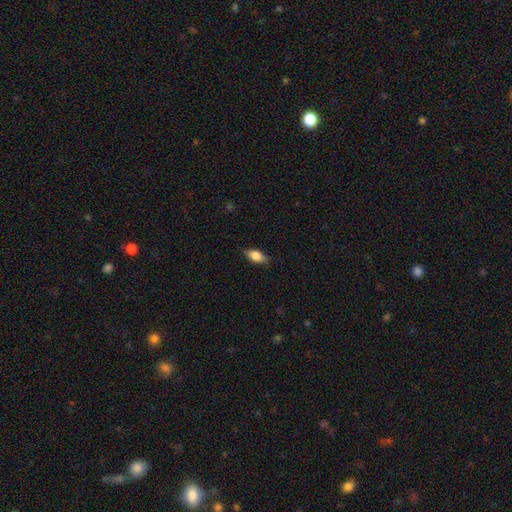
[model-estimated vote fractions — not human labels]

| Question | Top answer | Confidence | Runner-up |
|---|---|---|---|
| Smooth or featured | smooth | 76% | featured or disk (17%) |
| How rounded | in between | 85% | cigar-shaped (10%) |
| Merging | none | 83% | minor disturbance (14%) |